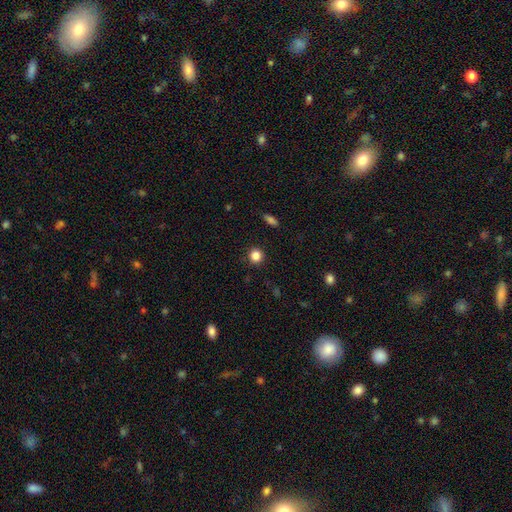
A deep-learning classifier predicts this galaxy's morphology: type=smooth (85%); roundness=round (93%); merging=none (91%).